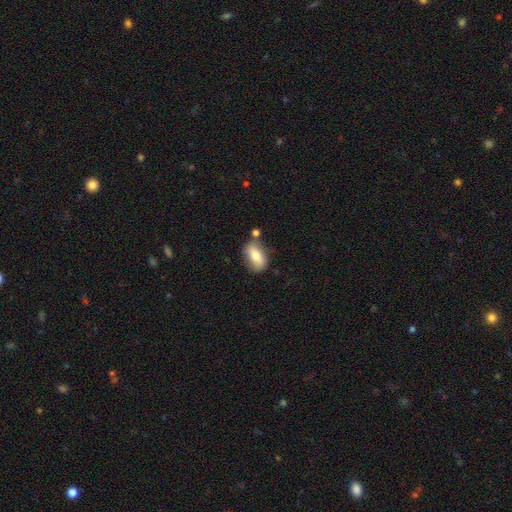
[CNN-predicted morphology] Smooth or featured?
  - smooth: 71% *
  - featured or disk: 22%
  - star or artifact: 7%
How rounded?
  - in between: 87% *
  - round: 7%
  - cigar-shaped: 5%
Merging?
  - none: 67% *
  - minor disturbance: 19%
  - merger: 10%
  - major disturbance: 5%